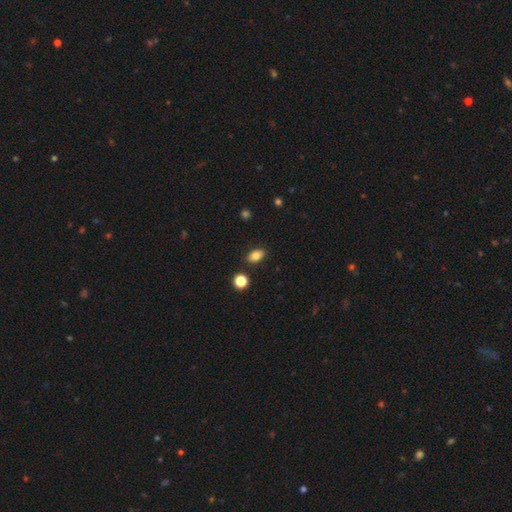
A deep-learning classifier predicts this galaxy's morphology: A smooth galaxy with no disk features (80%) that is in between round and cigar-shaped (86%).

Vote fractions:
- Smooth or featured? smooth: 80% / star or artifact: 10% / featured or disk: 10%
- How rounded? in between: 86% / round: 11% / cigar-shaped: 3%
- Merging? none: 86% / minor disturbance: 9% / merger: 3% / major disturbance: 2%